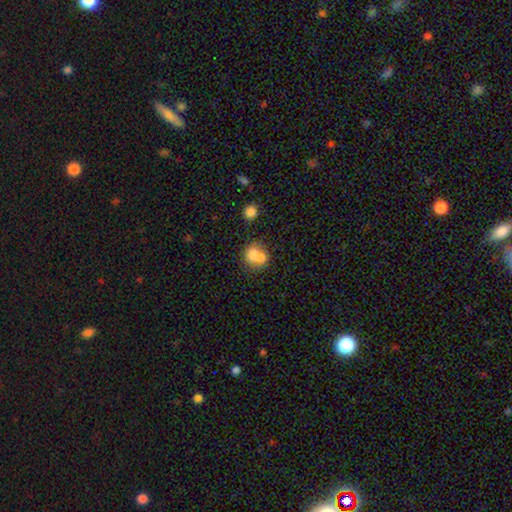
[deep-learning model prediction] A smooth galaxy with no disk features (70%) that is round (65%).

Vote fractions:
- Smooth or featured? smooth: 70% / featured or disk: 20% / star or artifact: 10%
- How rounded? round: 65% / in between: 34% / cigar-shaped: 1%
- Merging? merger: 54% / none: 30% / minor disturbance: 10% / major disturbance: 5%